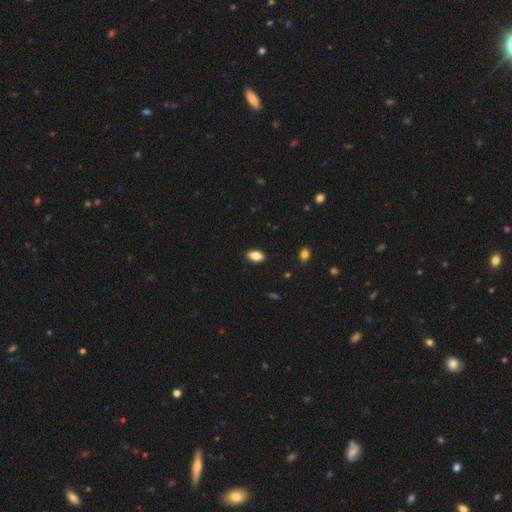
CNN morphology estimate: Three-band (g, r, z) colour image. It shows a smooth galaxy with no disk features (85%) that is in between round and cigar-shaped (91%). Merging: none (89%).